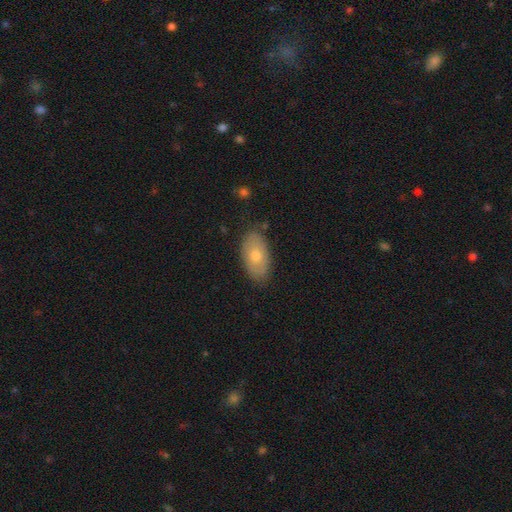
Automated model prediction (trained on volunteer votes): Q: Smooth or featured?
A: smooth (65%); runner-up: featured or disk (28%)
Q: How rounded?
A: in between (93%); runner-up: round (5%)
Q: Merging?
A: none (82%); runner-up: minor disturbance (14%)